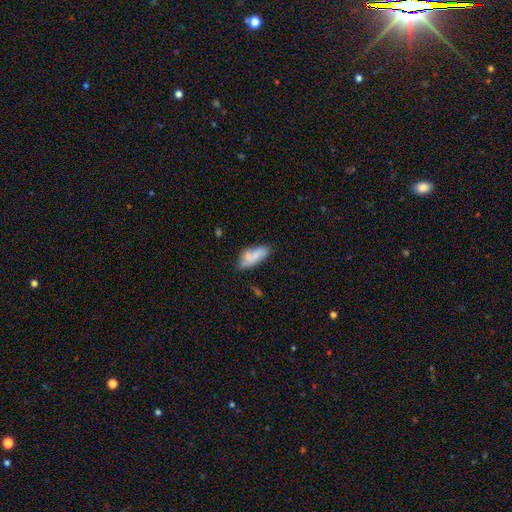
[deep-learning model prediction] Smooth or featured? smooth (72%)
How rounded? in between (81%)
Merging? none (53%)